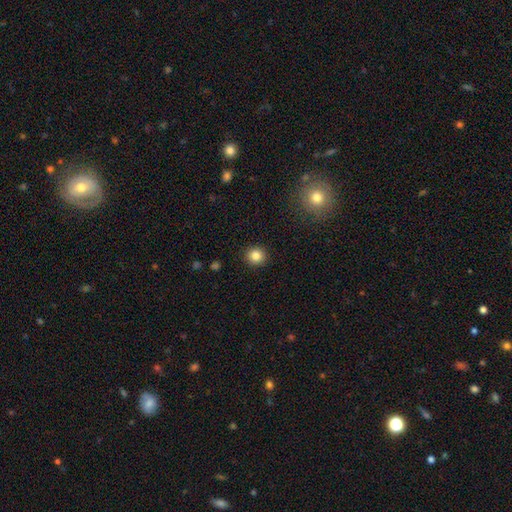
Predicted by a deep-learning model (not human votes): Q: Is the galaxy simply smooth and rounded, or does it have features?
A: smooth — 84%.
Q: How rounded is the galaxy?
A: round — 91%.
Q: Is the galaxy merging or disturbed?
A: none — 92%.